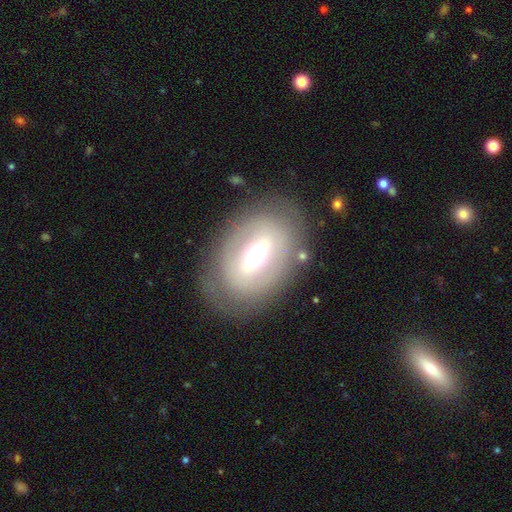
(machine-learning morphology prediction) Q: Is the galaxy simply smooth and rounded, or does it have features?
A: featured or disk — 59%.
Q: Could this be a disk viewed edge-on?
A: no — 87%.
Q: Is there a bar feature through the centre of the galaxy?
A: strong — 45%.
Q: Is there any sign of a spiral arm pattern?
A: no — 72%.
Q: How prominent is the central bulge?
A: moderate — 64%.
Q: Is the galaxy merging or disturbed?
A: none — 77%.